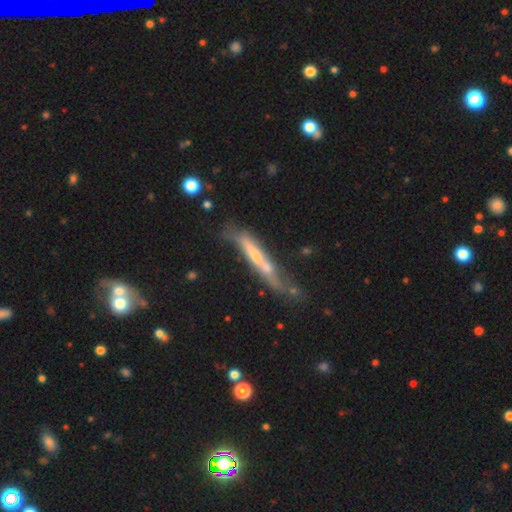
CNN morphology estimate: A featured or disk galaxy (58%) viewed edge-on (77%). Merging: none (41%).